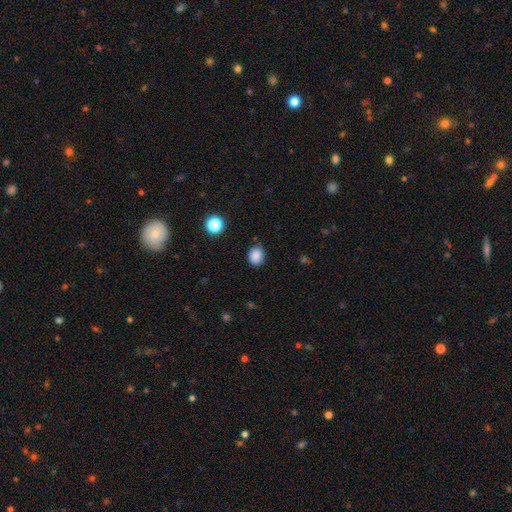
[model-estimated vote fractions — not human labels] Smooth or featured: smooth — 86% (star or artifact — 10%)
How rounded: round — 55% (in between — 44%)
Merging: none — 80% (minor disturbance — 15%)